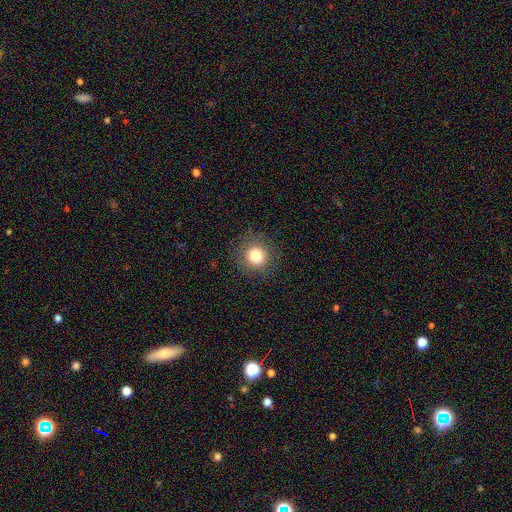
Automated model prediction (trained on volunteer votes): This appears to be a smooth galaxy with no disk features (82%) that is round (93%). Merging: none (89%).